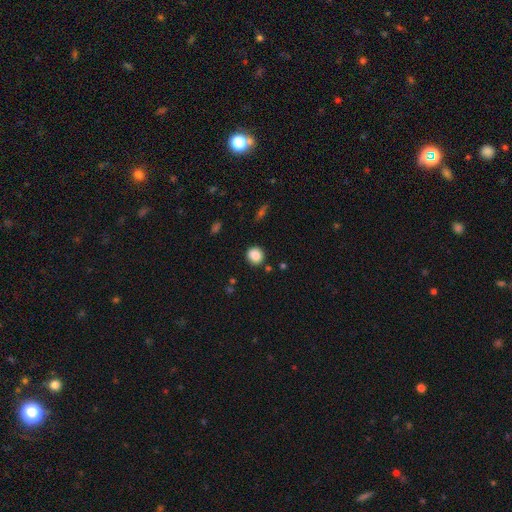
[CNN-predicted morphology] smooth_or_featured: smooth (p=0.87) [alt: star or artifact p=0.09]
how_rounded: round (p=0.87) [alt: in between p=0.12]
merging: none (p=0.88) [alt: minor disturbance p=0.08]